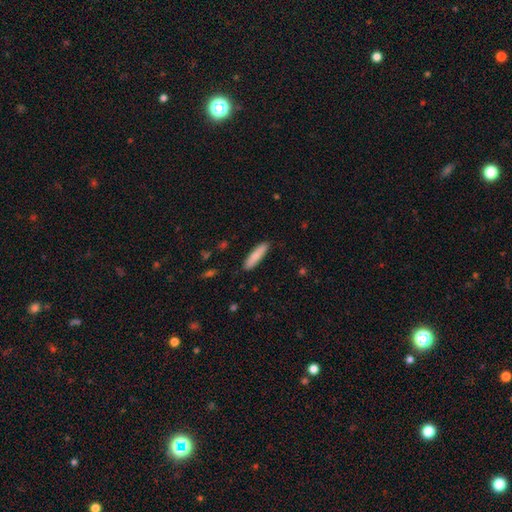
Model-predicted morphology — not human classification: Smooth or featured? smooth (79%)
How rounded? cigar-shaped (74%)
Merging? none (89%)